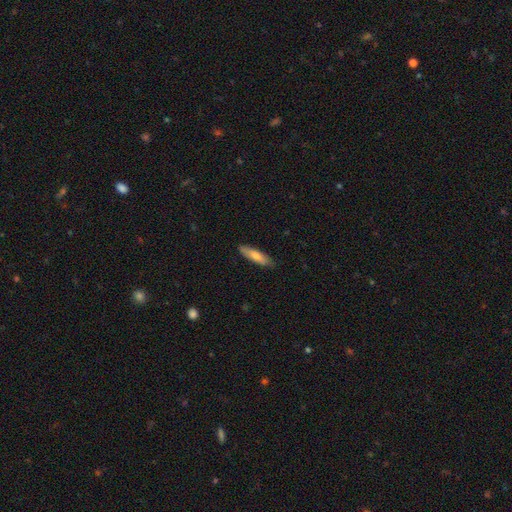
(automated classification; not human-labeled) Morphology: type=smooth (73%); roundness=cigar-shaped (70%); merging=none (86%).